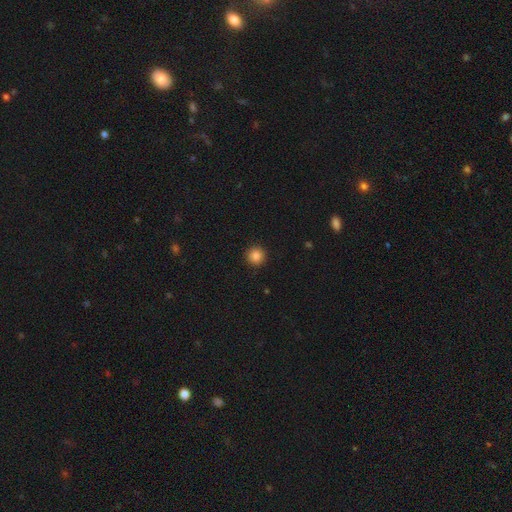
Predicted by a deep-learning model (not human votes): This is clearly a smooth galaxy (86%). How rounded: clearly round (95%). Merging: clearly none (93%).